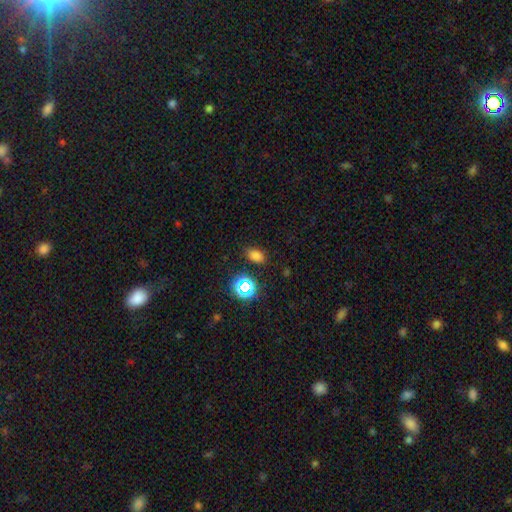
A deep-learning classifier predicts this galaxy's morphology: A smooth galaxy with no disk features (74%) that is in between round and cigar-shaped (80%). Merging: none (84%).